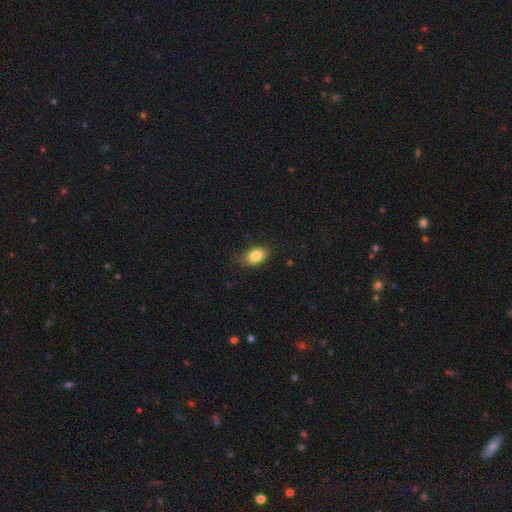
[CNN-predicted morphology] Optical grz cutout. It shows a smooth galaxy with no disk features (84%) that is in between round and cigar-shaped (85%). Merging: none (76%).